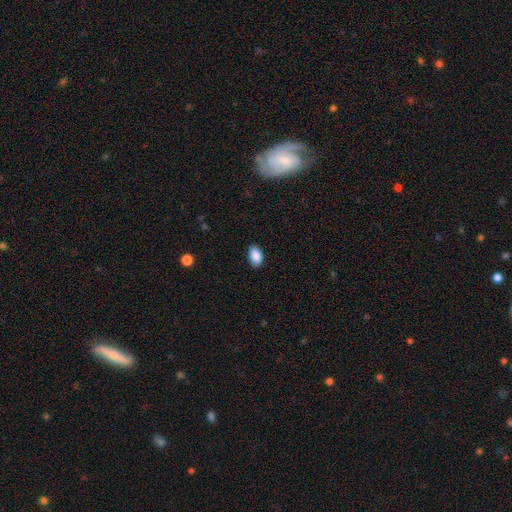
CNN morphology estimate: Smooth or featured? Predicted: smooth (p=0.88). How rounded? Predicted: in between (p=0.92). Merging? Predicted: none (p=0.86).